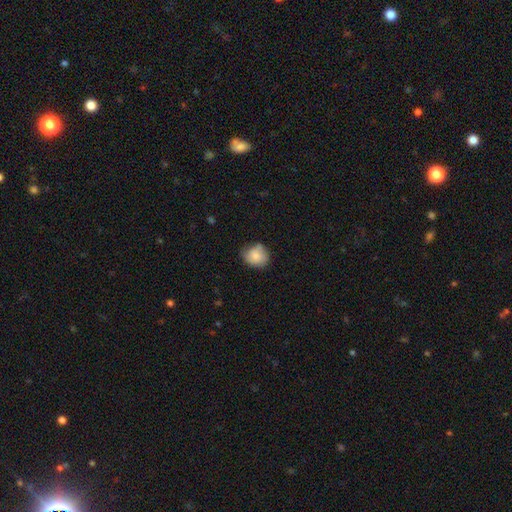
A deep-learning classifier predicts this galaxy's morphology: smooth 79%, featured or disk 13%, star or artifact 7%. Down the decision tree: how rounded — round (74%); merging — none (64%).